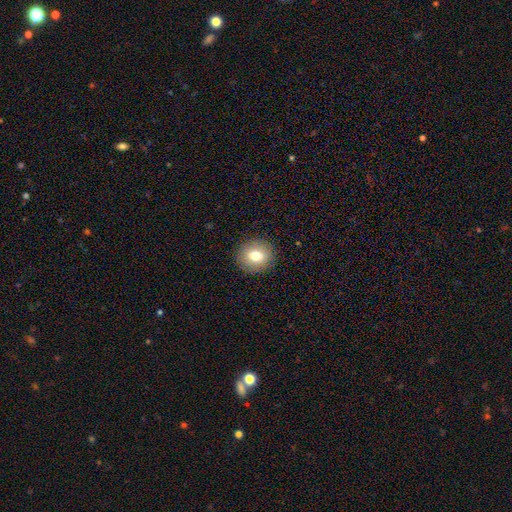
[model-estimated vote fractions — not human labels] Morphology: type=smooth (76%); roundness=round (83%); merging=none (91%).